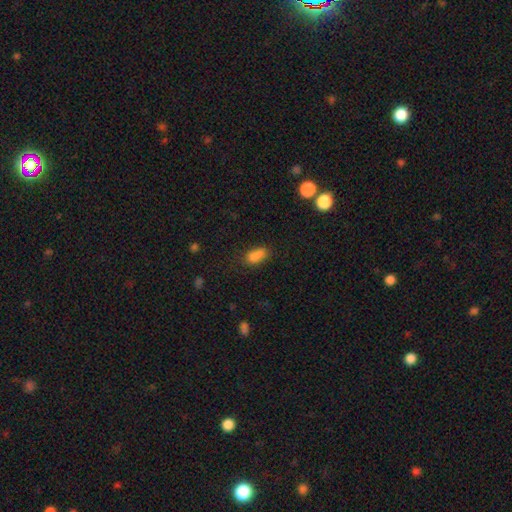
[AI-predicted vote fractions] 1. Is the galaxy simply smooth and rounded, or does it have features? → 79% smooth, 12% star or artifact, 9% featured or disk.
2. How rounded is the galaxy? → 80% in between, 10% round, 9% cigar-shaped.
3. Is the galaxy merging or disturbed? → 48% none, 22% merger, 22% minor disturbance, 8% major disturbance.